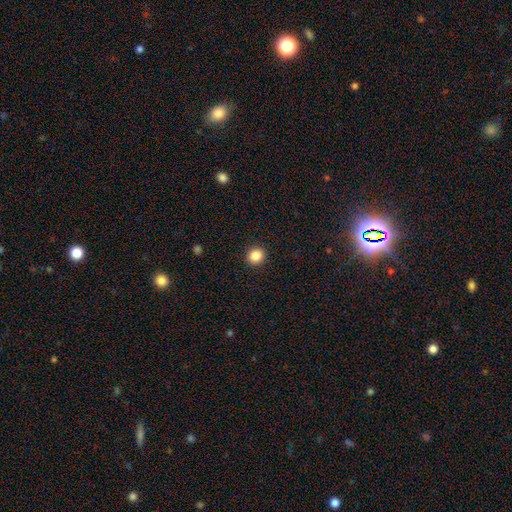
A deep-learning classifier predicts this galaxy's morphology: A smooth galaxy with no disk features (85%) that is round (89%).

Vote fractions:
- Smooth or featured? smooth: 85% / star or artifact: 10% / featured or disk: 4%
- How rounded? round: 89% / in between: 10% / cigar-shaped: 1%
- Merging? none: 93% / minor disturbance: 5% / major disturbance: 2% / merger: 1%